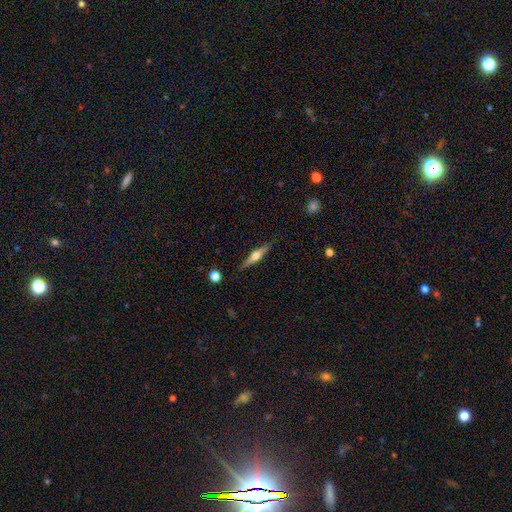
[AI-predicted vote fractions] The model was most divided on "smooth or featured": featured or disk: 69%, smooth: 25%, star or artifact: 6%. More confident: edge-on disk — yes (97%); edge-on bulge — rounded (92%); merging — none (87%).